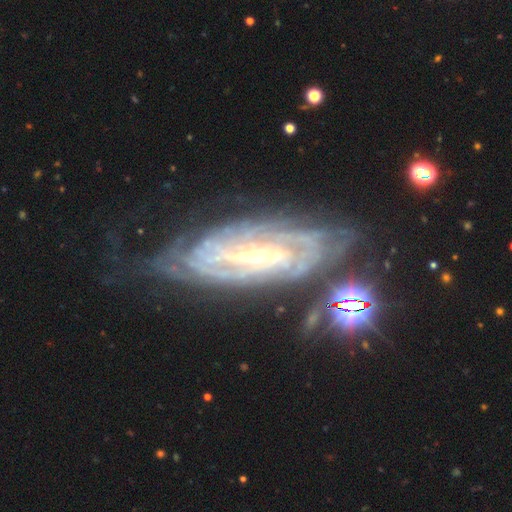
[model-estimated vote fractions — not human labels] This is clearly a featured or disk galaxy (85%). It is clearly not viewed edge-on (88%). Bar: possibly strong (48%). Spiral arm pattern: clearly yes (95%). Spiral arm count: marginally can't tell (43%). Spiral winding: likely tight (72%). Central bulge: possibly small (58%). Merging: likely none (62%).